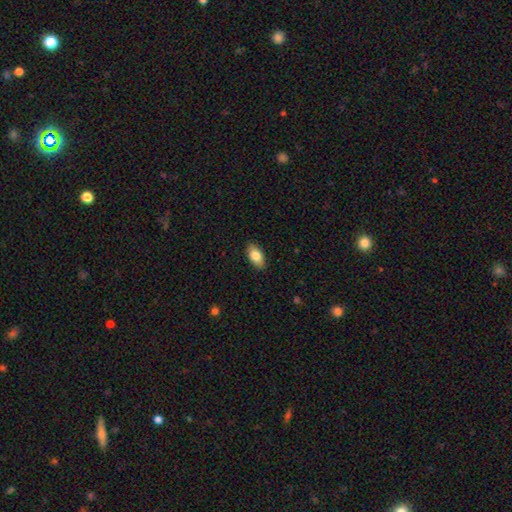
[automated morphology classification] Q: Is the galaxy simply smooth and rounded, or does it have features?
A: smooth — 80%.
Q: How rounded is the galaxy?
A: in between — 91%.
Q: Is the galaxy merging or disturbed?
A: none — 89%.